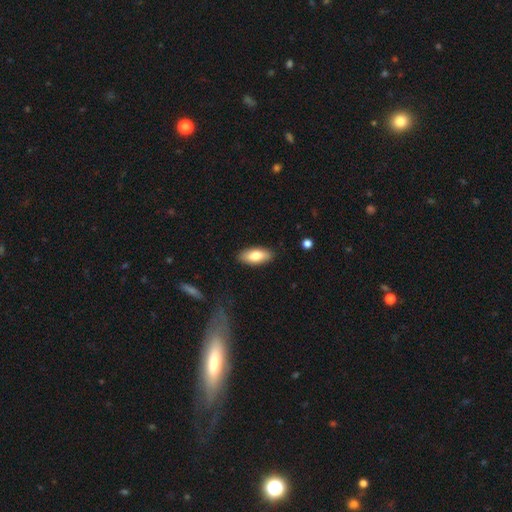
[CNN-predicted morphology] Q: Smooth or featured?
A: smooth (77%); runner-up: featured or disk (16%)
Q: How rounded?
A: in between (85%); runner-up: cigar-shaped (13%)
Q: Merging?
A: none (88%); runner-up: minor disturbance (9%)